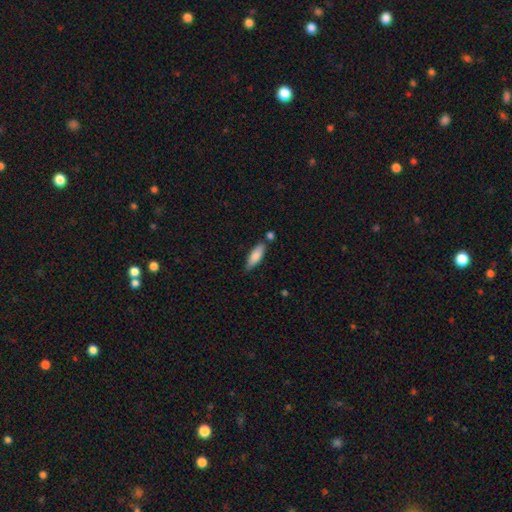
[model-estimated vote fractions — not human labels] The model was most divided on "how rounded": in between: 55%, cigar-shaped: 43%, round: 2%. More confident: smooth or featured — smooth (81%); merging — none (71%).